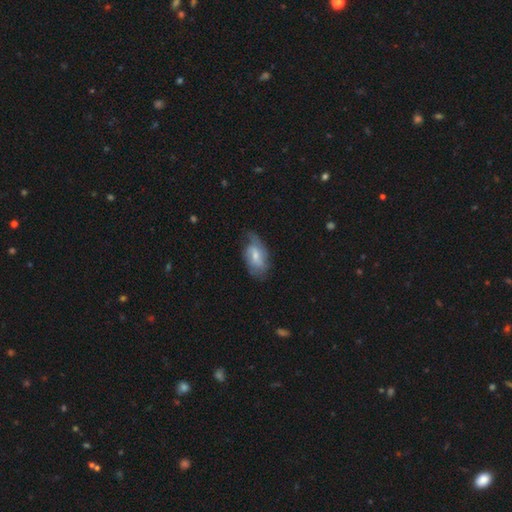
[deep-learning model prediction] This is possibly a featured or disk galaxy (50%). Merging: possibly none (50%).